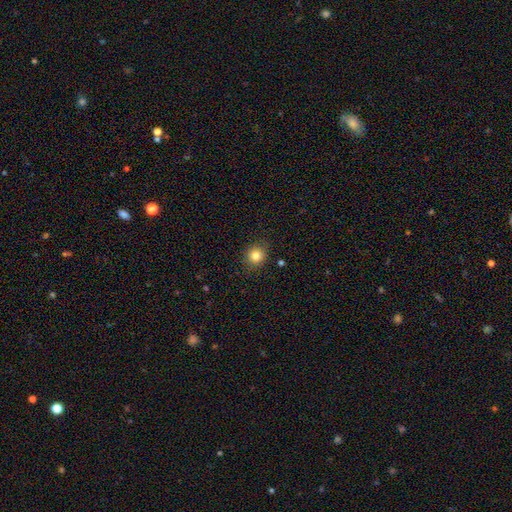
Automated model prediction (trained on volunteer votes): Smooth or featured? Predicted: smooth (p=0.82). How rounded? Predicted: round (p=0.86). Merging? Predicted: none (p=0.88).